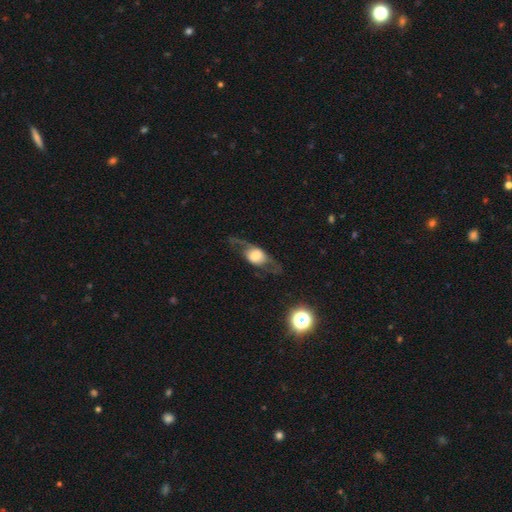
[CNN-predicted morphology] The model was most divided on "edge-on disk": yes: 52%, no: 48%. More confident: smooth or featured — featured or disk (59%); merging — none (58%).